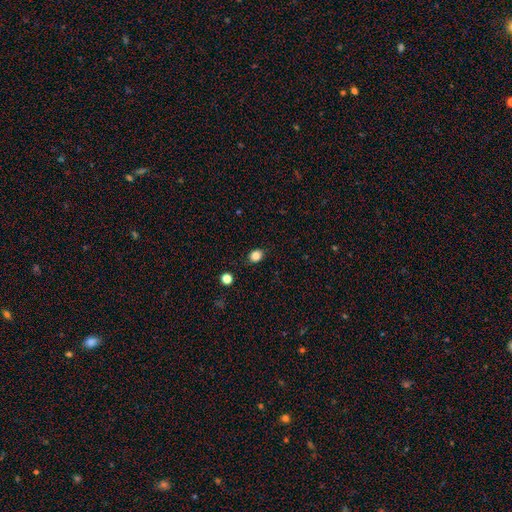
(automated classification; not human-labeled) Overall: smooth (84%). How rounded: round (57%; in between 42%). Merging: none (86%).